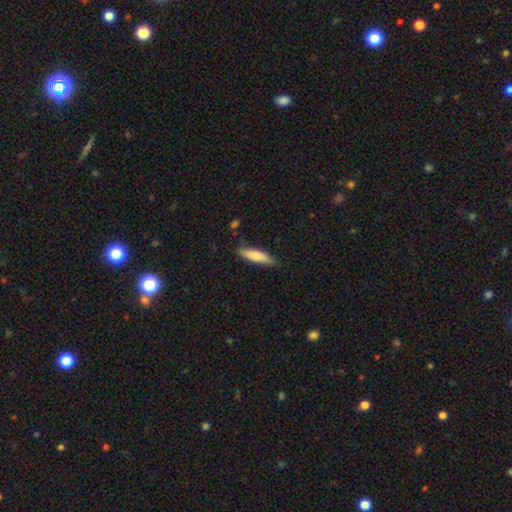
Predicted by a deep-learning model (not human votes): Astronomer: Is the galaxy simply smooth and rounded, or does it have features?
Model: smooth — 80%.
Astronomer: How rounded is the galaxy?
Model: cigar-shaped — 68%.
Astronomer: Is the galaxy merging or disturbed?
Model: none — 80%.